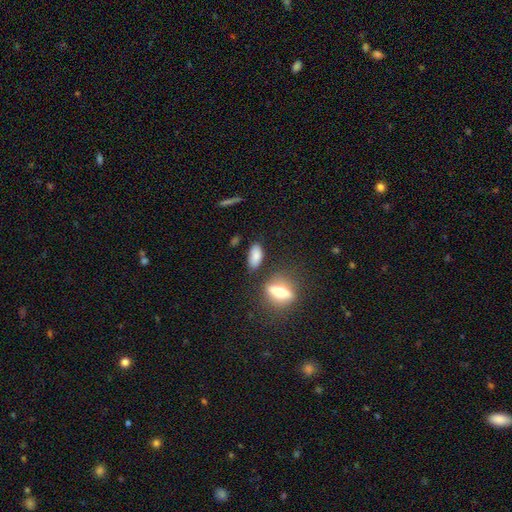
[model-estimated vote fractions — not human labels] Q: Smooth or featured?
A: smooth (82%); runner-up: featured or disk (10%)
Q: How rounded?
A: in between (83%); runner-up: cigar-shaped (13%)
Q: Merging?
A: none (75%); runner-up: minor disturbance (15%)